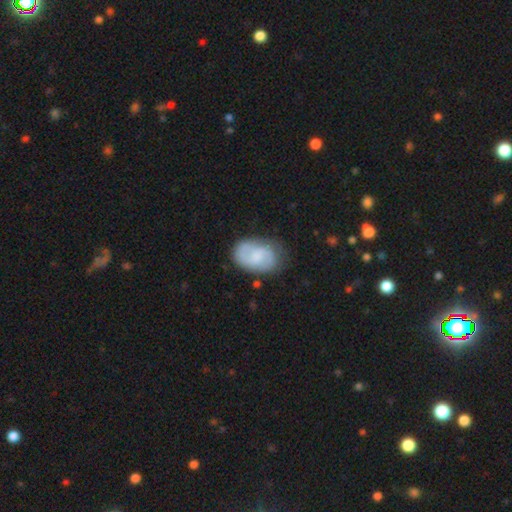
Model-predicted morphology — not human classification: Q: Smooth or featured?
A: featured or disk (56%); runner-up: smooth (38%)
Q: Edge-on disk?
A: no (97%); runner-up: yes (3%)
Q: Bar?
A: no (49%); runner-up: weak (43%)
Q: Spiral arms?
A: yes (88%); runner-up: no (12%)
Q: Bulge size?
A: none (34%); runner-up: small (32%)
Q: Merging?
A: none (72%); runner-up: minor disturbance (20%)